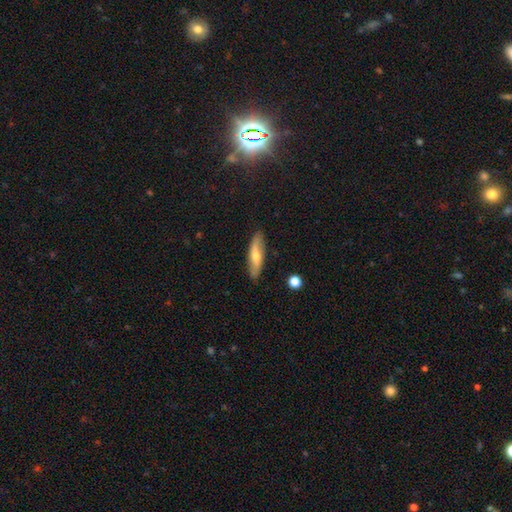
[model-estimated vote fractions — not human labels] smooth_or_featured: smooth (p=0.54) [alt: featured or disk p=0.40]
how_rounded: cigar-shaped (p=0.67) [alt: in between p=0.31]
merging: none (p=0.85) [alt: minor disturbance p=0.11]